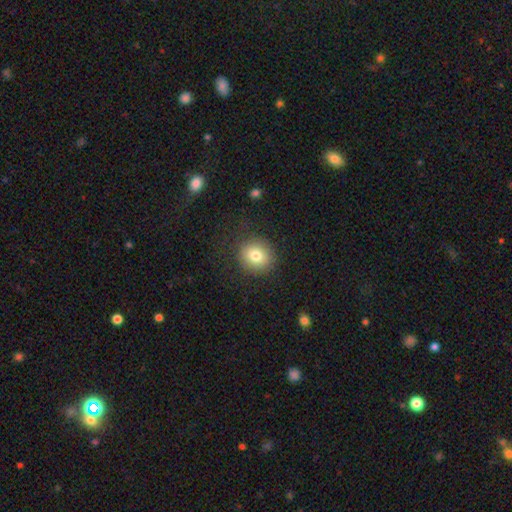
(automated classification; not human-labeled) This is likely a smooth galaxy (79%). How rounded: clearly round (84%). Merging: clearly none (83%).